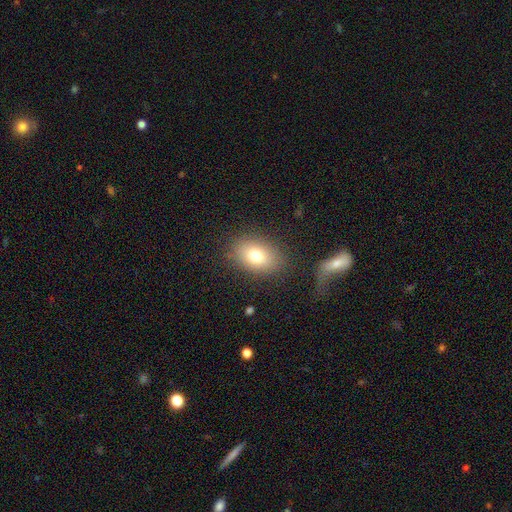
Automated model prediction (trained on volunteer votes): Overall: smooth (77%). How rounded: in between (79%). Merging: none (82%).